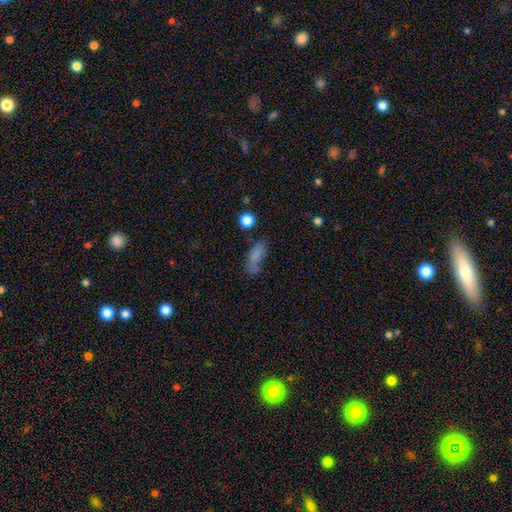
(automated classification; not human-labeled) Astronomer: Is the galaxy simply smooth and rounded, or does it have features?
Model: smooth — 76%.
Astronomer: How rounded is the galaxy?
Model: in between — 67%.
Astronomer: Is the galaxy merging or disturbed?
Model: none — 50% (runner-up: minor disturbance, 26%).